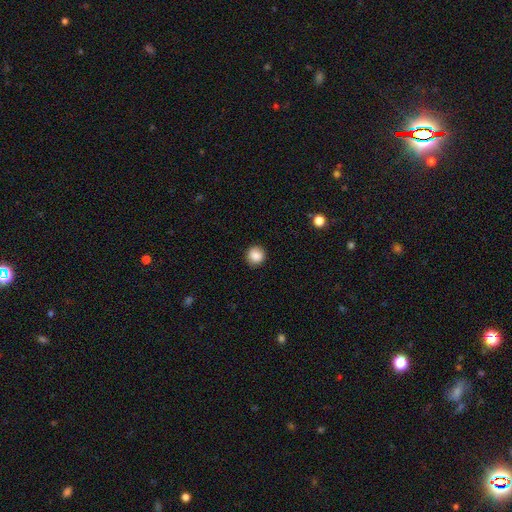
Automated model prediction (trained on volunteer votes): This appears to be a smooth galaxy with no disk features (87%) that is round (93%). Merging: none (91%).